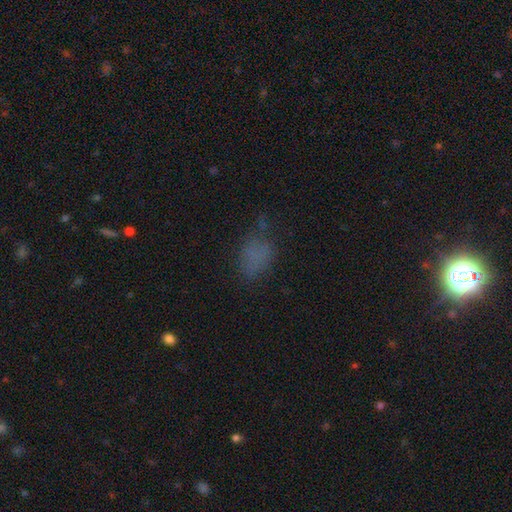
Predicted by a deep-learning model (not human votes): The model was most divided on "merging": none: 53%, minor disturbance: 25%, major disturbance: 19%, merger: 4%. More confident: how rounded — in between (81%); smooth or featured — smooth (67%).